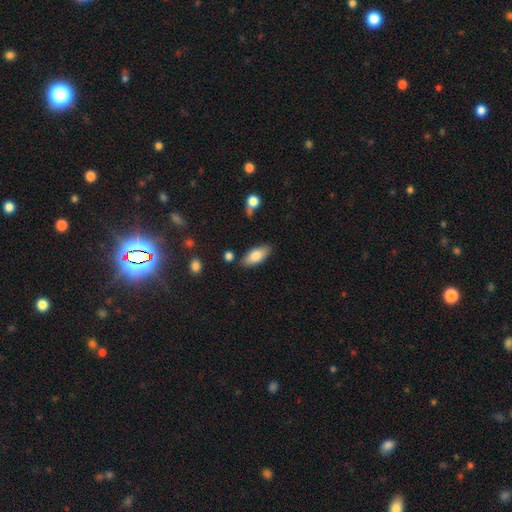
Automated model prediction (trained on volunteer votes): This appears to be a smooth galaxy with no disk features (78%) that is in between round and cigar-shaped (86%). Merging: none (81%).